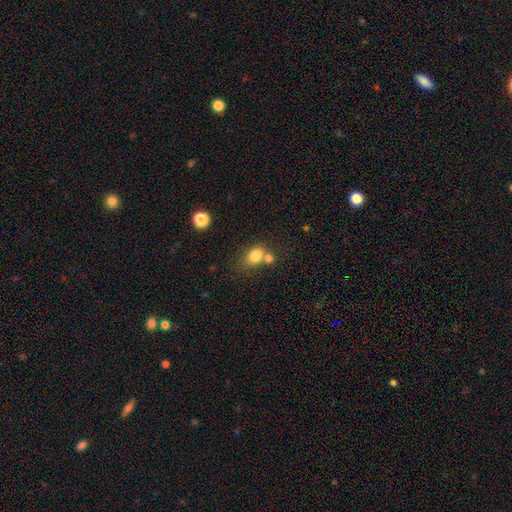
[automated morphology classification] Smooth or featured? smooth (80%)
How rounded? in between (61%)
Merging? none (45%)